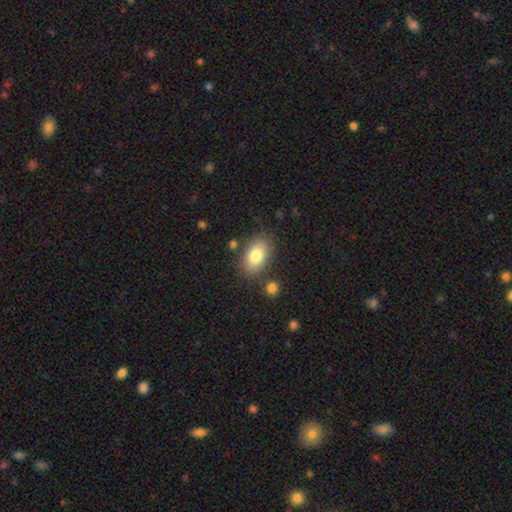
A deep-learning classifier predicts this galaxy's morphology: Smooth or featured: smooth — 81% (featured or disk — 12%)
How rounded: in between — 89% (round — 10%)
Merging: none — 79% (minor disturbance — 12%)